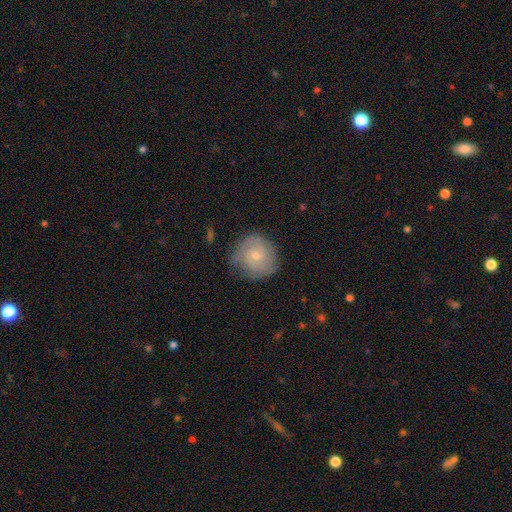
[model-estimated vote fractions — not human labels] featured or disk 53%, smooth 40%, star or artifact 7%. Down the decision tree: edge-on disk — no (97%); bar — no (74%); spiral arms — yes (84%); bulge size — small (69%); merging — none (72%).